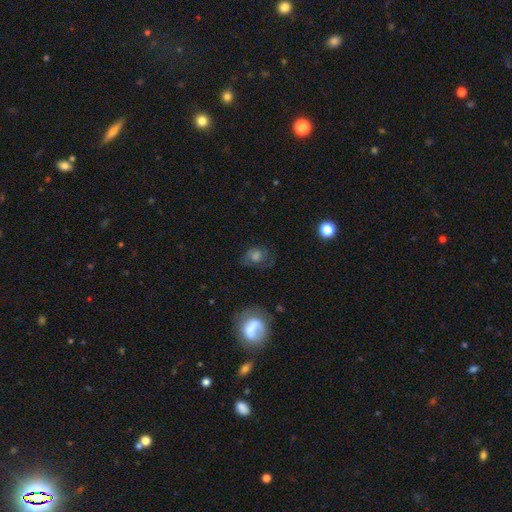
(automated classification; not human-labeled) Smooth or featured?
  - smooth: 49% *
  - featured or disk: 32%
  - star or artifact: 19%
Merging?
  - none: 65% *
  - minor disturbance: 19%
  - major disturbance: 13%
  - merger: 3%